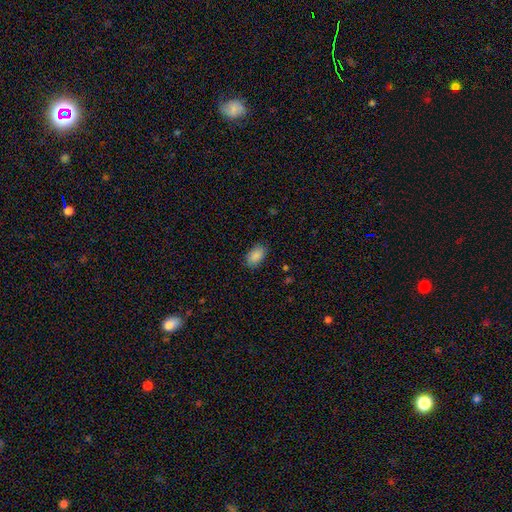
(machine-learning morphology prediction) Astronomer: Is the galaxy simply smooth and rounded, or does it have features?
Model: smooth — 89%.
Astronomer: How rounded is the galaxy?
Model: in between — 92%.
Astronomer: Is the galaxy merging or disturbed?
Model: none — 85%.